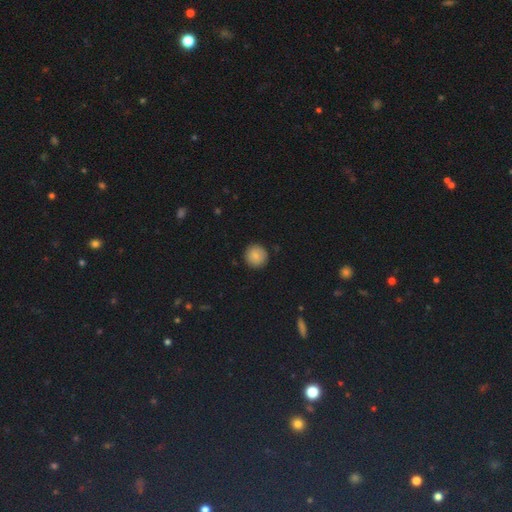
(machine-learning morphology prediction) Smooth or featured?
  - smooth: 85% *
  - star or artifact: 9%
  - featured or disk: 6%
How rounded?
  - round: 94% *
  - in between: 5%
  - cigar-shaped: 1%
Merging?
  - none: 90% *
  - minor disturbance: 7%
  - major disturbance: 2%
  - merger: 1%